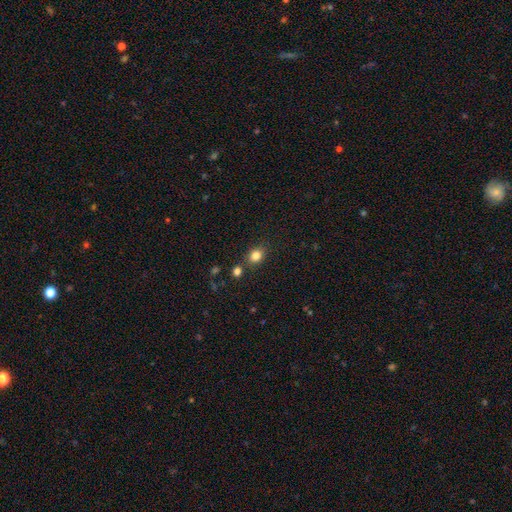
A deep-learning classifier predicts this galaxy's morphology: A smooth galaxy with no disk features (82%) that is round (55%).

Vote fractions:
- Smooth or featured? smooth: 82% / star or artifact: 12% / featured or disk: 6%
- How rounded? round: 55% / in between: 44% / cigar-shaped: 1%
- Merging? none: 77% / minor disturbance: 11% / merger: 9% / major disturbance: 3%